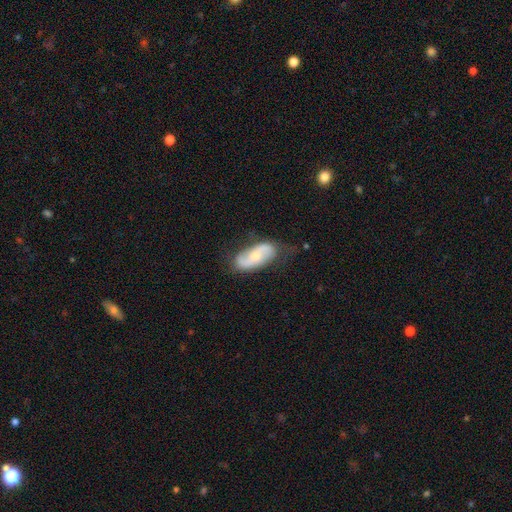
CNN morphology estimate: A featured or disk galaxy (65%) with no bar (57%), 2 (87%) loose (53%) spiral arms (86%) and a moderate central bulge (49%). Merging: none (68%).